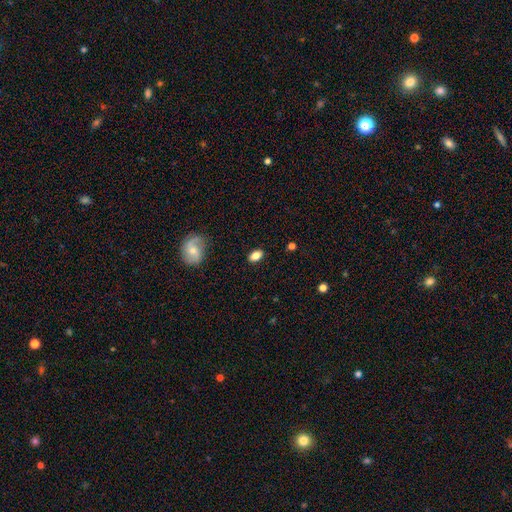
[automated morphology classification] A smooth galaxy with no disk features (82%) that is in between round and cigar-shaped (88%). Merging: none (86%).